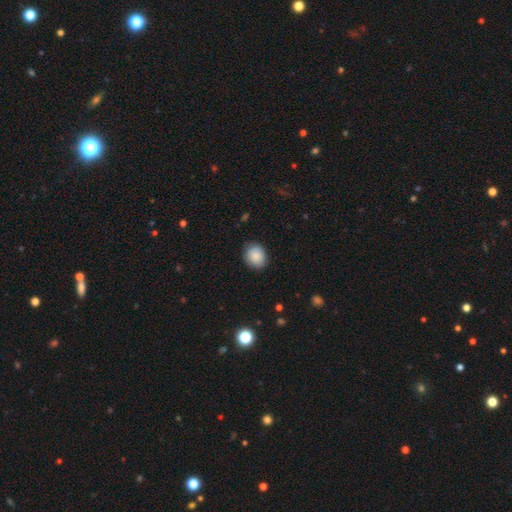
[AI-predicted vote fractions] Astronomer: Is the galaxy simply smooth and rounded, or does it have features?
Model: smooth — 88%.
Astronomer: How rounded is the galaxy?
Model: round — 59% (runner-up: in between, 40%).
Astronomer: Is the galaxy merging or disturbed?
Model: none — 84%.